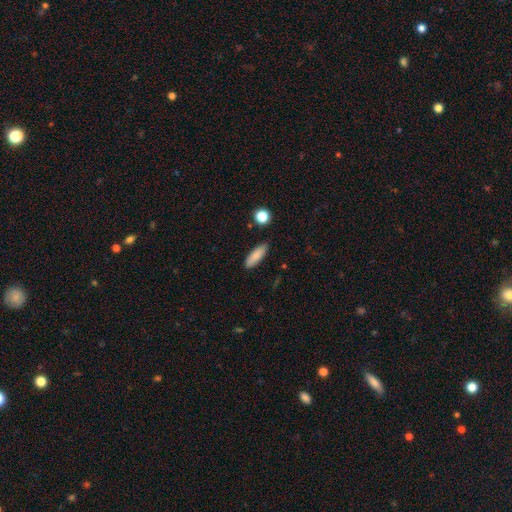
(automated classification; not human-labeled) Overall: smooth (85%). How rounded: in between (58%; cigar-shaped 40%). Merging: none (85%).